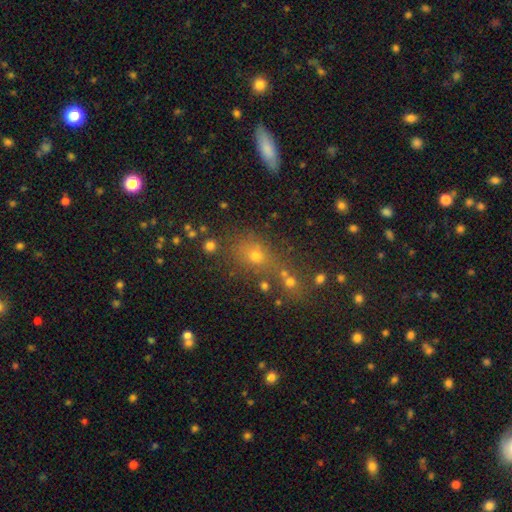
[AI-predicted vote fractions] smooth 61%, star or artifact 27%, featured or disk 13%. Down the decision tree: how rounded — round (59%); merging — none (56%).